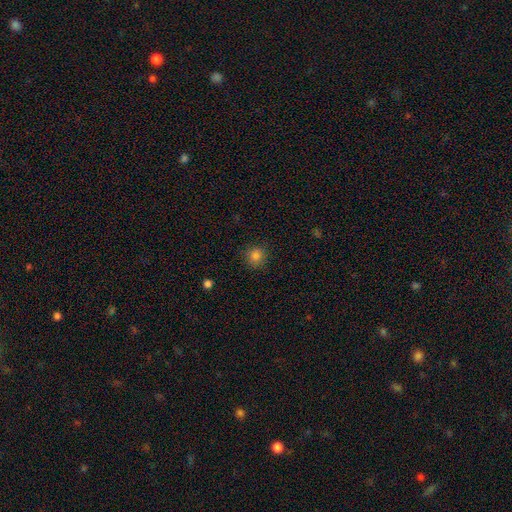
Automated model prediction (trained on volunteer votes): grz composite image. It shows a smooth galaxy with no disk features (82%) that is round (91%). Merging: none (89%).